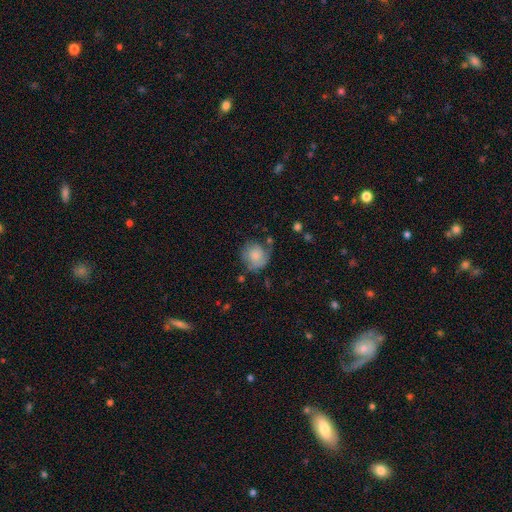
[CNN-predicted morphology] Smooth or featured? smooth (73%)
How rounded? round (83%)
Merging? none (55%)